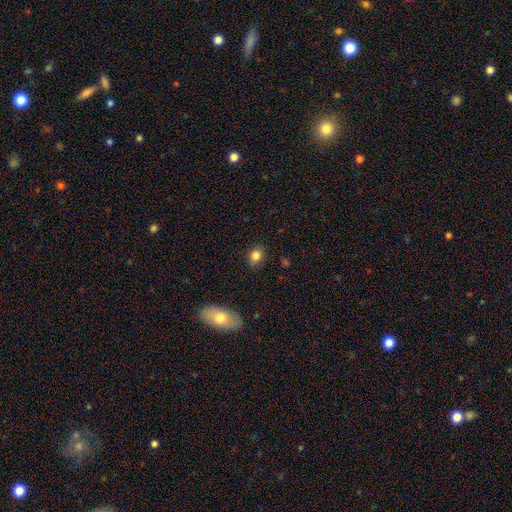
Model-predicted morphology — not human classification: Q: Smooth or featured?
A: smooth (83%); runner-up: star or artifact (11%)
Q: How rounded?
A: round (56%); runner-up: in between (43%)
Q: Merging?
A: none (85%); runner-up: minor disturbance (11%)